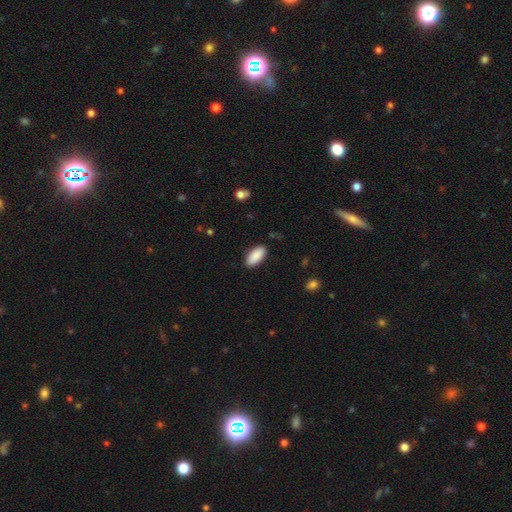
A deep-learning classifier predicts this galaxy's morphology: Smooth or featured: smooth — 90% (star or artifact — 6%)
How rounded: in between — 90% (cigar-shaped — 8%)
Merging: none — 88% (minor disturbance — 9%)